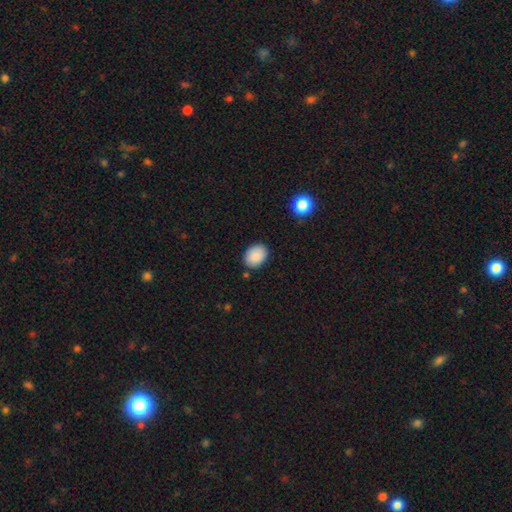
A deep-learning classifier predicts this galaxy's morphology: Smooth or featured: smooth — 89% (star or artifact — 8%)
How rounded: in between — 66% (round — 33%)
Merging: none — 83% (minor disturbance — 12%)